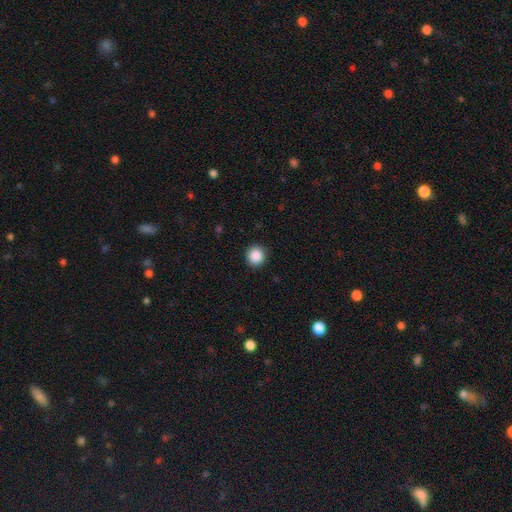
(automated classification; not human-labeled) smooth-or-featured: smooth: 88% | star or artifact: 9% | featured or disk: 3%
  how-rounded: round: 94% | in between: 5% | cigar-shaped: 1%
  merging: none: 92% | minor disturbance: 6% | major disturbance: 2% | merger: 1%